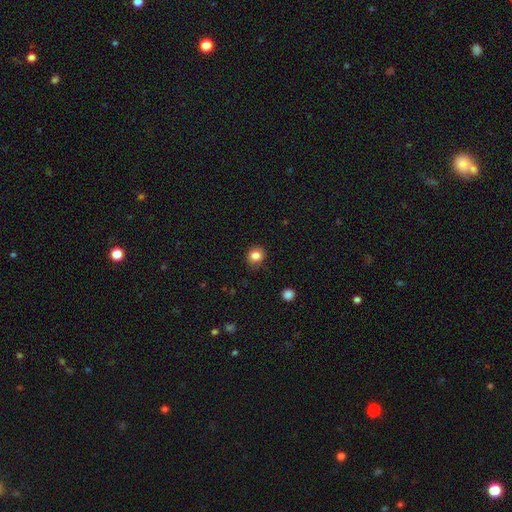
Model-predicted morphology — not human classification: This appears to be a smooth galaxy with no disk features (83%) that is round (80%). Merging: none (85%).